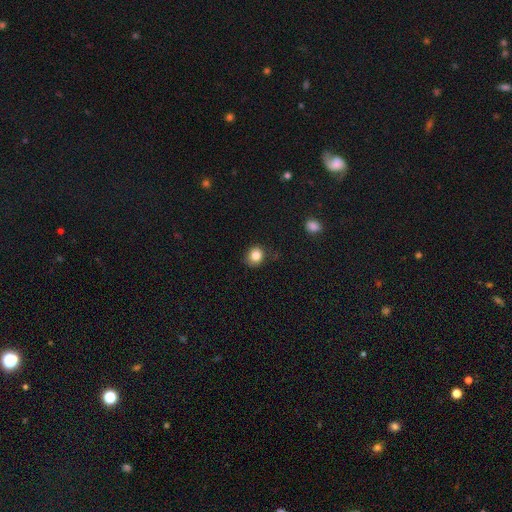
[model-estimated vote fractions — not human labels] smooth 83%, star or artifact 11%, featured or disk 6%. Down the decision tree: how rounded — round (74%); merging — none (79%).